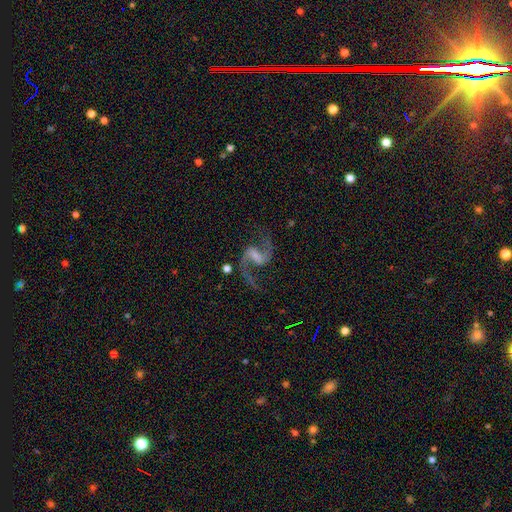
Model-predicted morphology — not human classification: featured or disk 92%, star or artifact 5%, smooth 3%. Down the decision tree: edge-on disk — no (98%); bar — weak (48%); spiral arms — yes (98%); spiral arm count — 2 (94%); spiral winding — loose (60%); bulge size — small (39%); merging — none (78%).